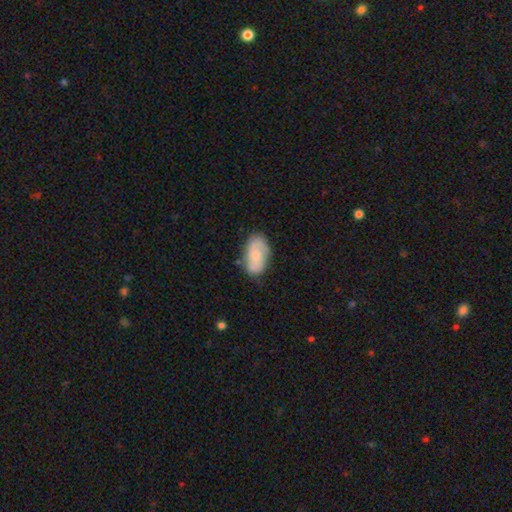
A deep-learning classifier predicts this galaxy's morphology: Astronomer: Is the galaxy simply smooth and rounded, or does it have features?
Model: featured or disk — 57% (runner-up: smooth, 37%).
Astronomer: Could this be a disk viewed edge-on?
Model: no — 96%.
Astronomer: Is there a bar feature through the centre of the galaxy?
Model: no — 65%.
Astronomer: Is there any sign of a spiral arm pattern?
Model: yes — 88%.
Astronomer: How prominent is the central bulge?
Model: small — 56% (runner-up: moderate, 32%).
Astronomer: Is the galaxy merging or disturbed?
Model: none — 71%.